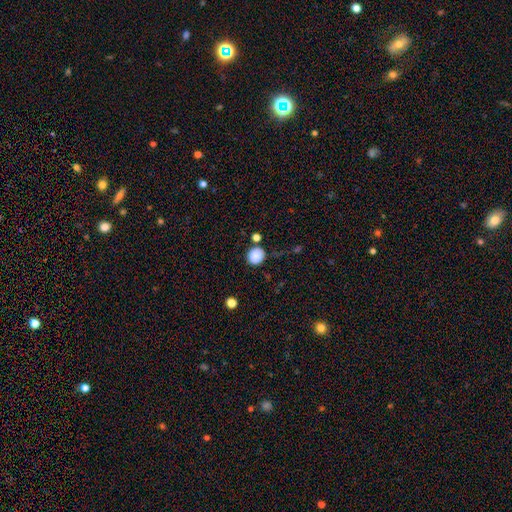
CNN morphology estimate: The model was most divided on "merging": none: 74%, minor disturbance: 15%, merger: 6%, major disturbance: 5%. More confident: how rounded — round (86%); smooth or featured — smooth (86%).